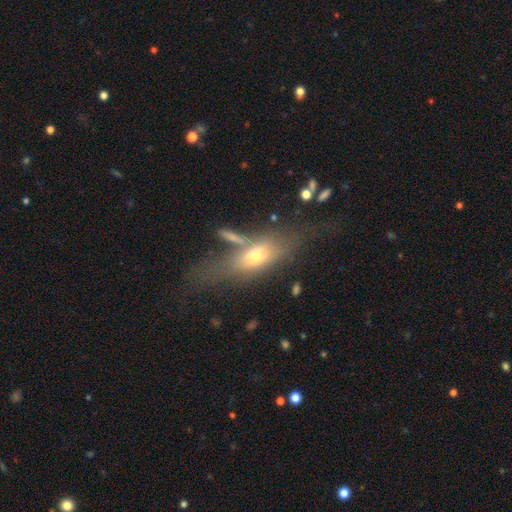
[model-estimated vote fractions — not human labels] smooth-or-featured: smooth: 50% | featured or disk: 39% | star or artifact: 10%
  how-rounded: in between: 62% | cigar-shaped: 31% | round: 6%
  merging: none: 45% | major disturbance: 20% | minor disturbance: 20% | merger: 15%